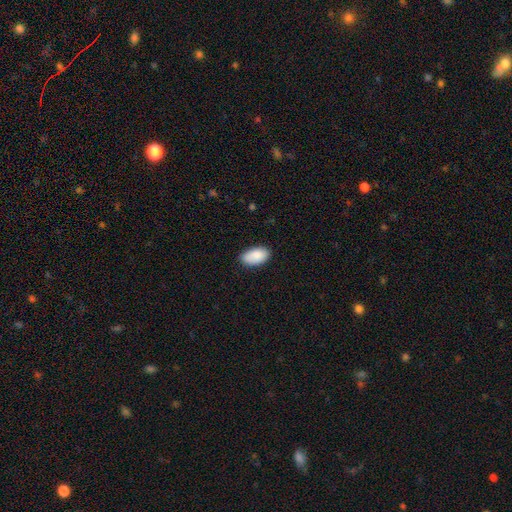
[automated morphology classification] The model was most divided on "merging": none: 82%, minor disturbance: 15%, major disturbance: 2%, merger: 1%. More confident: how rounded — in between (95%); smooth or featured — smooth (88%).